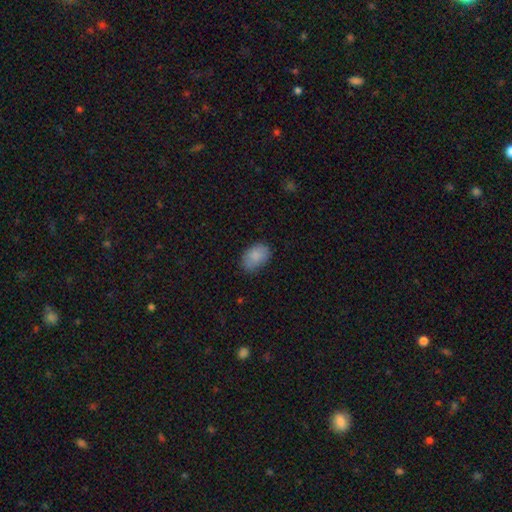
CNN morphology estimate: Q: Smooth or featured?
A: smooth (86%); runner-up: star or artifact (7%)
Q: How rounded?
A: in between (87%); runner-up: round (11%)
Q: Merging?
A: none (77%); runner-up: minor disturbance (18%)